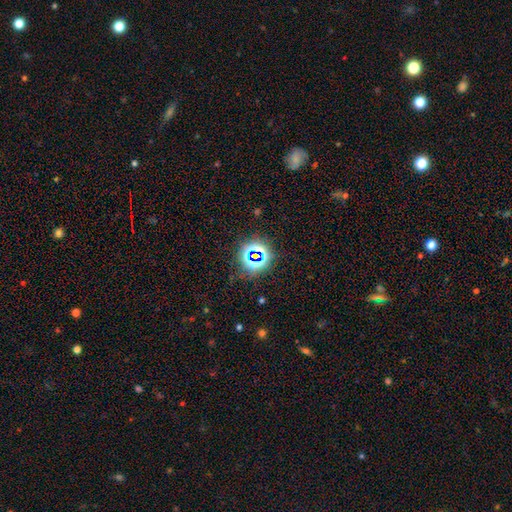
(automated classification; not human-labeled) A star or artifact, not a galaxy (69%).